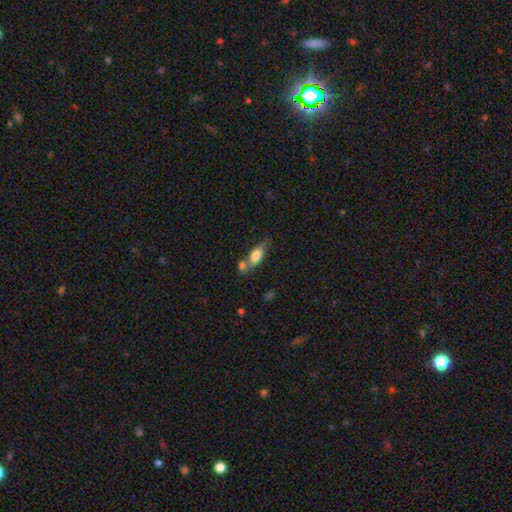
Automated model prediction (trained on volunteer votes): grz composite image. It shows a smooth galaxy with no disk features (67%) that is in between round and cigar-shaped (67%). Merging: none (48%).